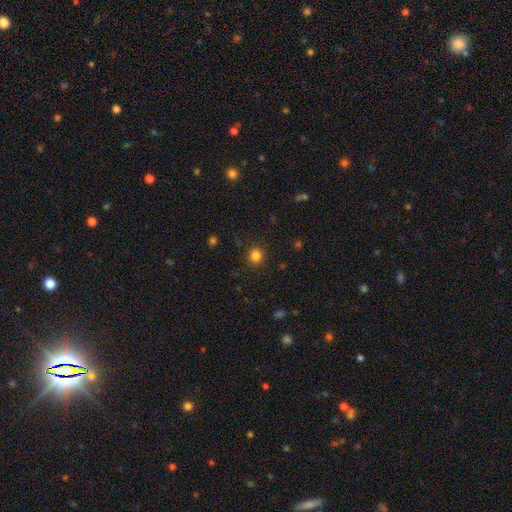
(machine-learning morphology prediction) A smooth galaxy with no disk features (83%) that is round (88%).

Vote fractions:
- Smooth or featured? smooth: 83% / star or artifact: 13% / featured or disk: 4%
- How rounded? round: 88% / in between: 11% / cigar-shaped: 1%
- Merging? none: 90% / minor disturbance: 7% / major disturbance: 3% / merger: 1%